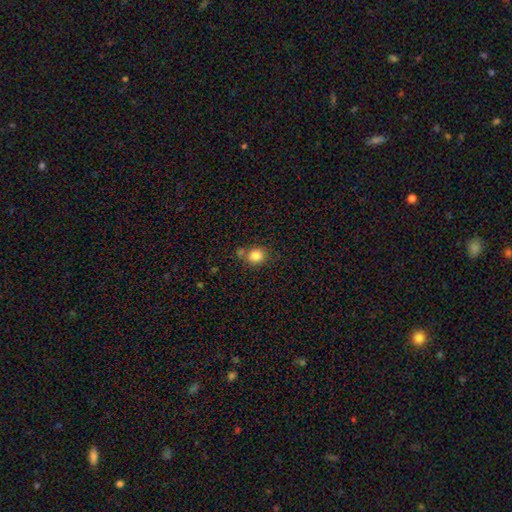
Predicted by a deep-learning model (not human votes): Smooth or featured: smooth — 84% (star or artifact — 11%)
How rounded: round — 77% (in between — 22%)
Merging: none — 69% (merger — 14%)